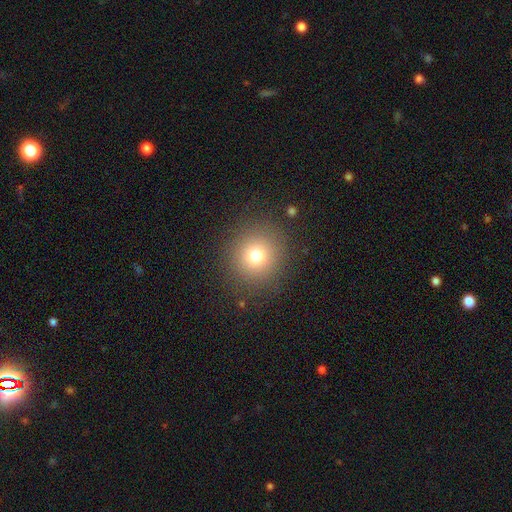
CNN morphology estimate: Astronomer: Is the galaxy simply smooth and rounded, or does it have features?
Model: smooth — 75%.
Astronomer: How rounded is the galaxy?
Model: round — 92%.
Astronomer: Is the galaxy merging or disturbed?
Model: none — 88%.